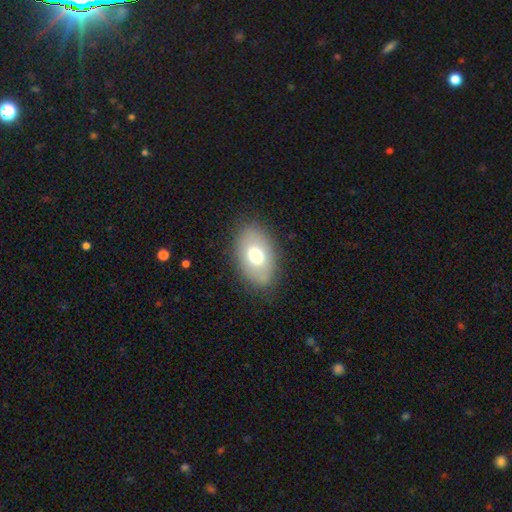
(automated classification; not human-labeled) Morphology: type=smooth (70%); roundness=in between (88%); merging=none (82%).